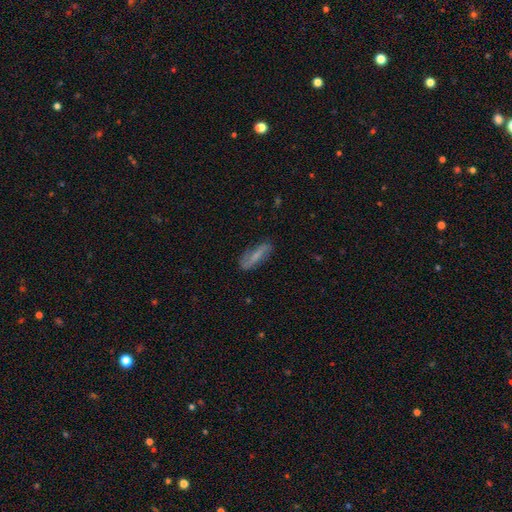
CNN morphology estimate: Overall: smooth (48%; featured or disk 44%). Merging: none (76%).